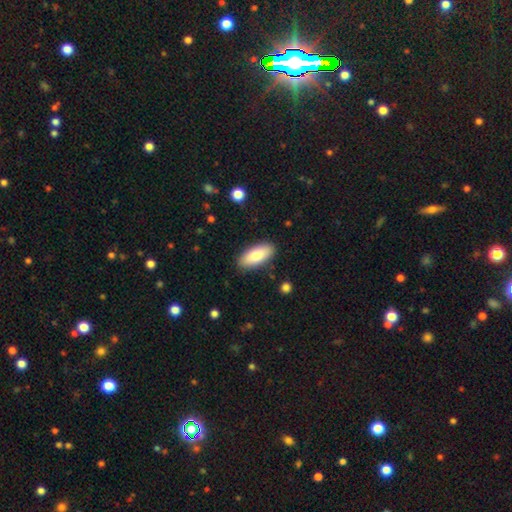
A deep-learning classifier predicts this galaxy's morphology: smooth-or-featured: smooth: 80% | featured or disk: 15% | star or artifact: 6%
  how-rounded: in between: 84% | cigar-shaped: 14% | round: 2%
  merging: none: 88% | minor disturbance: 9% | major disturbance: 2% | merger: 1%